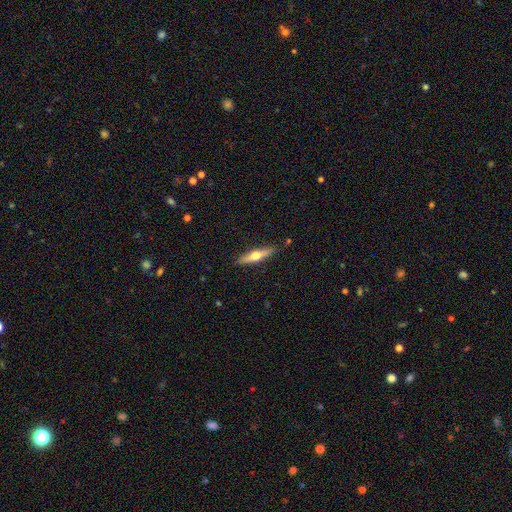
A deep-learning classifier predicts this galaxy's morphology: A featured or disk galaxy (53%) viewed edge-on (93%).

Vote fractions:
- Smooth or featured? featured or disk: 53% / smooth: 41% / star or artifact: 6%
- Edge-on disk? yes: 93% / no: 7%
- Merging? none: 88% / minor disturbance: 9% / major disturbance: 2% / merger: 2%